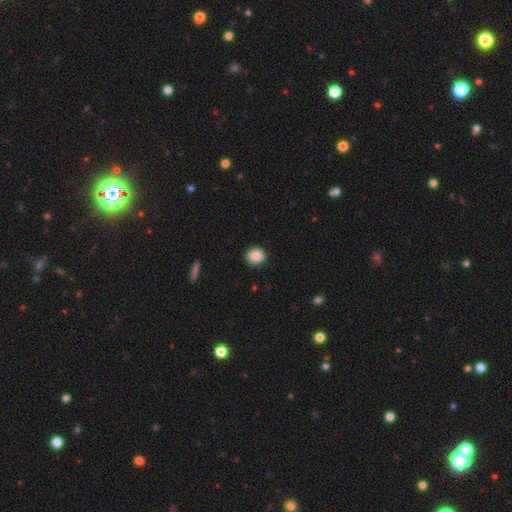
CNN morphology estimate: This appears to be a smooth galaxy with no disk features (86%) that is round (79%). Merging: none (90%).